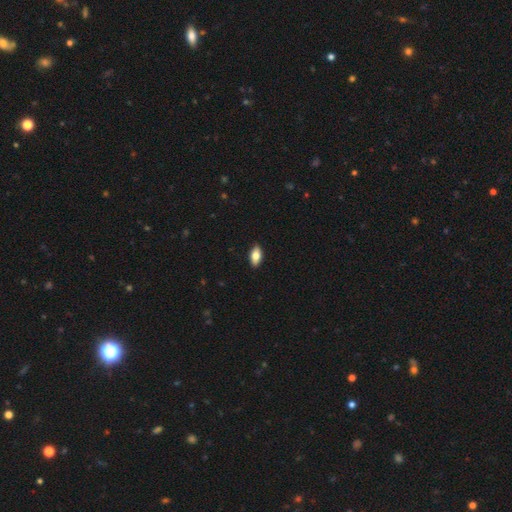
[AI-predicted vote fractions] This appears to be a smooth galaxy with no disk features (77%) that is in between round and cigar-shaped (89%). Merging: none (89%).